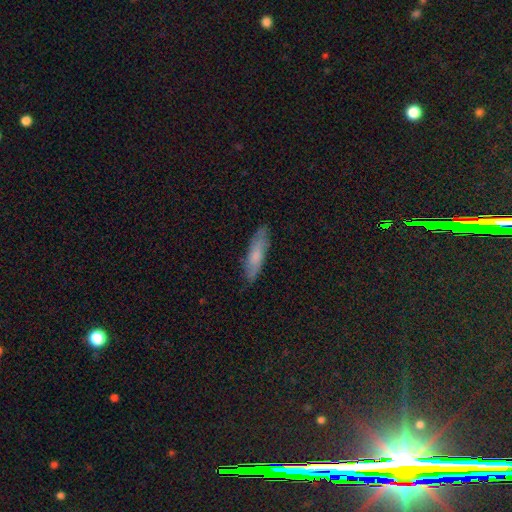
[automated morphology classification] The model was most divided on "smooth or featured": smooth: 66%, featured or disk: 28%, star or artifact: 6%. More confident: merging — none (82%); how rounded — cigar-shaped (72%).